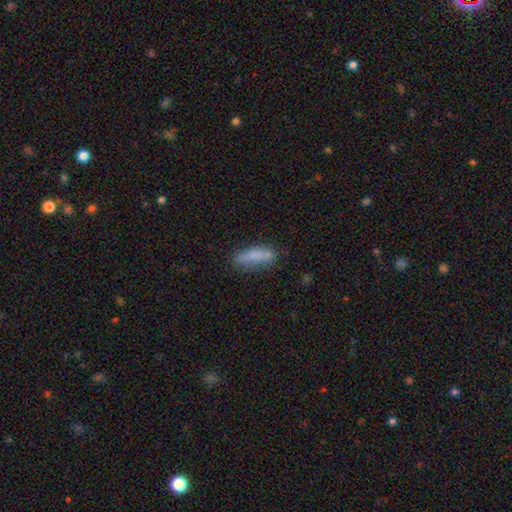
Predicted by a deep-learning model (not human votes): Smooth or featured: smooth — 81% (featured or disk — 12%)
How rounded: cigar-shaped — 64% (in between — 34%)
Merging: none — 76% (minor disturbance — 17%)